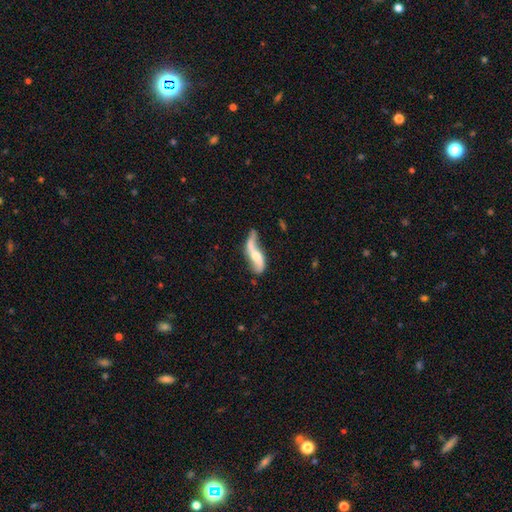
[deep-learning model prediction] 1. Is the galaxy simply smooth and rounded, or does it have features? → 78% featured or disk, 16% smooth, 5% star or artifact.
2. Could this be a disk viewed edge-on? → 88% no, 12% yes.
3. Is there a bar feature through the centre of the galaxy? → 46% no, 36% weak, 18% strong.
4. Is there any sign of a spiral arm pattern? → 90% yes, 10% no.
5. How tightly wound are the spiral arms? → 90% loose, 8% medium, 3% tight.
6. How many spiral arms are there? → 88% 2, 6% 1, 3% can't tell, 1% 3, 1% 4, 1% more than 4.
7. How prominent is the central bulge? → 47% moderate, 34% small, 10% none, 6% large, 2% dominant.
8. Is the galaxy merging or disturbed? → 45% none, 24% minor disturbance, 20% major disturbance, 11% merger.